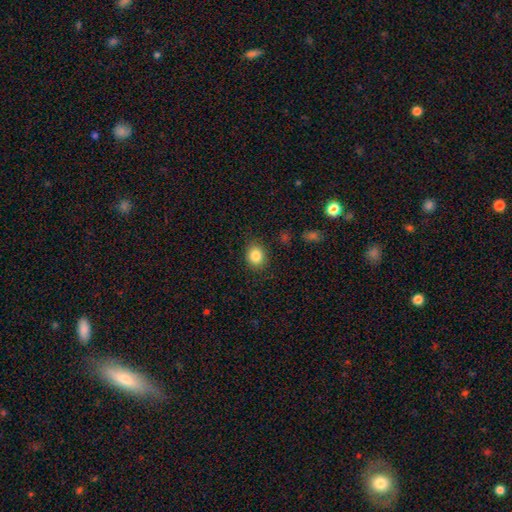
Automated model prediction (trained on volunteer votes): A smooth galaxy with no disk features (85%) that is round (62%).

Vote fractions:
- Smooth or featured? smooth: 85% / star or artifact: 10% / featured or disk: 6%
- How rounded? round: 62% / in between: 37% / cigar-shaped: 1%
- Merging? none: 86% / minor disturbance: 10% / major disturbance: 3% / merger: 1%